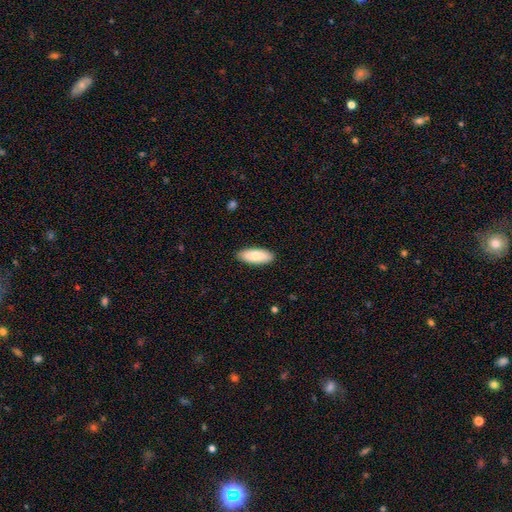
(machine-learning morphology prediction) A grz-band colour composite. It shows a smooth galaxy with no disk features (83%) that is in between round and cigar-shaped (77%). Merging: none (89%).